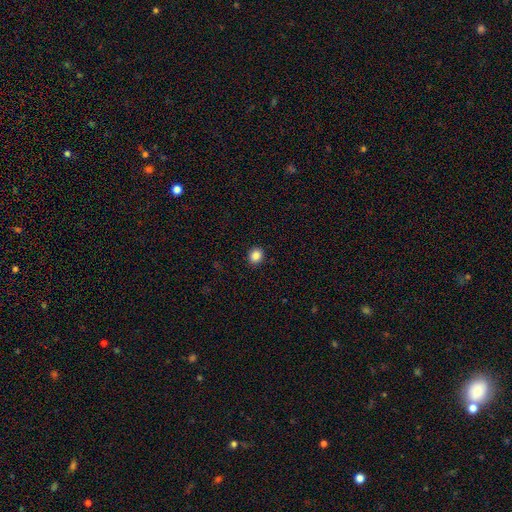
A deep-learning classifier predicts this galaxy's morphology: This is clearly a smooth galaxy (87%). How rounded: likely round (71%). Merging: clearly none (92%).